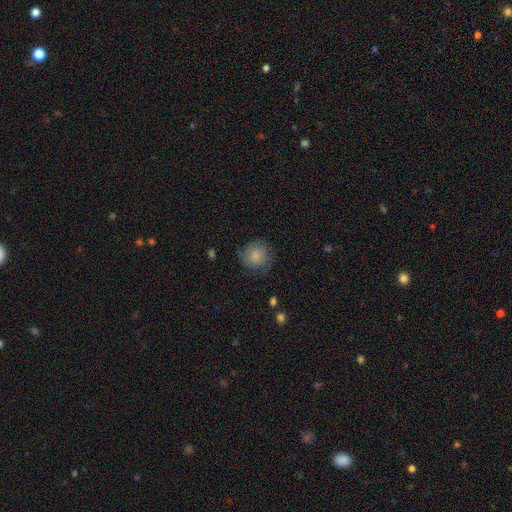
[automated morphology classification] Smooth or featured?
  - smooth: 72% *
  - featured or disk: 20%
  - star or artifact: 8%
How rounded?
  - round: 87% *
  - in between: 12%
  - cigar-shaped: 1%
Merging?
  - none: 72% *
  - minor disturbance: 20%
  - major disturbance: 7%
  - merger: 1%